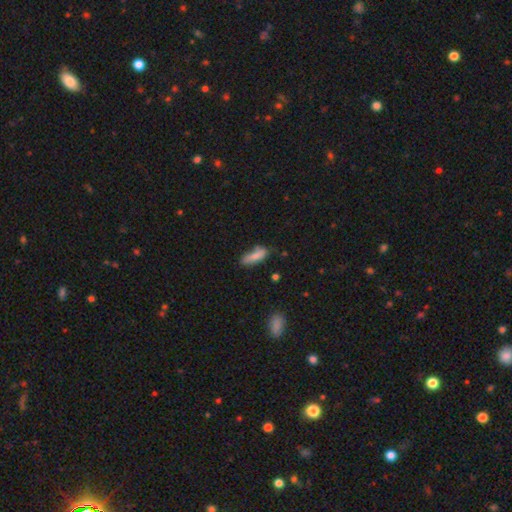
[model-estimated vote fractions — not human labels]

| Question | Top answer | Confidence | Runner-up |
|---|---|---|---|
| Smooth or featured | smooth | 79% | featured or disk (13%) |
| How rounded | in between | 61% | cigar-shaped (37%) |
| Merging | none | 55% | minor disturbance (29%) |